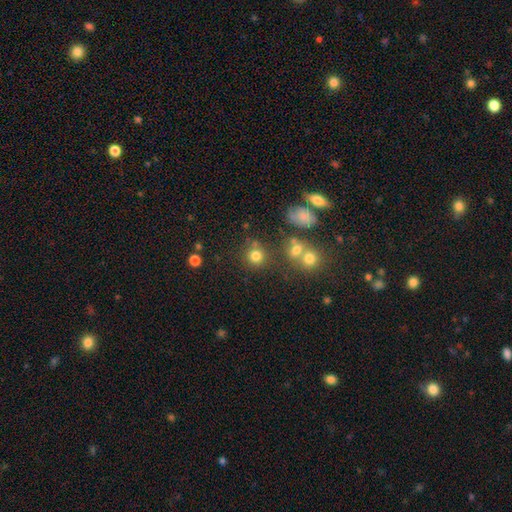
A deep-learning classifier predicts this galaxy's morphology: This appears to be a smooth galaxy with no disk features (77%) that is round (89%). Merging: none (72%).